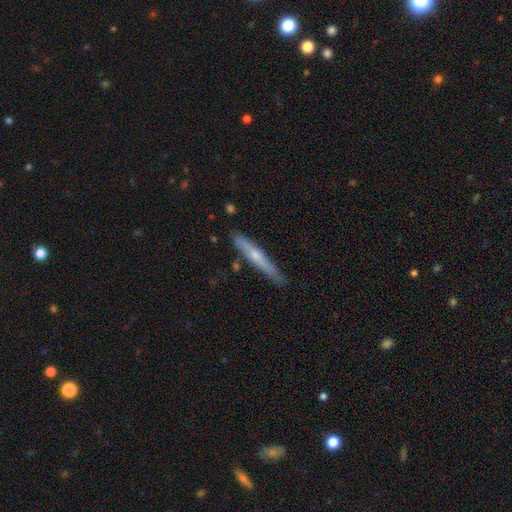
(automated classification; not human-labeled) A featured or disk galaxy (50%).

Vote fractions:
- Smooth or featured? featured or disk: 50% / smooth: 44% / star or artifact: 6%
- Merging? none: 80% / minor disturbance: 15% / merger: 3% / major disturbance: 2%